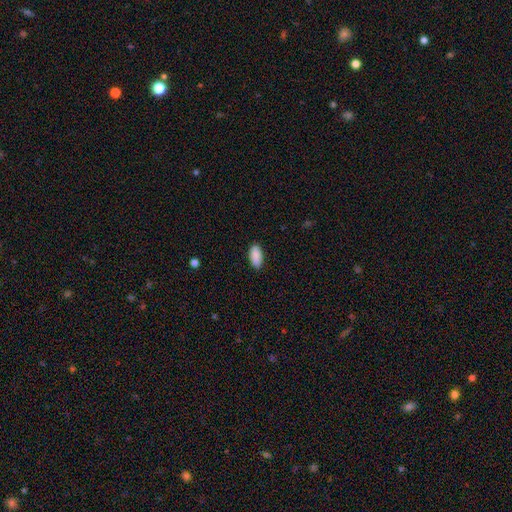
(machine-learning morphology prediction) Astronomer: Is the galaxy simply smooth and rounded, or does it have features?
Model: smooth — 90%.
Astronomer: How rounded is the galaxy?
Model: in between — 90%.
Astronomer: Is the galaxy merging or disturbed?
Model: none — 88%.